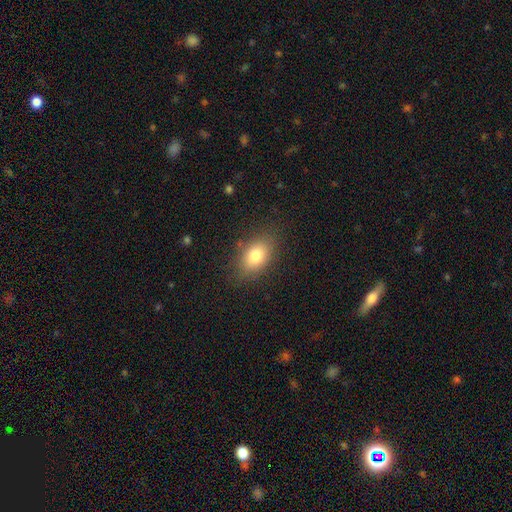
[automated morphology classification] Q: Smooth or featured?
A: smooth (80%); runner-up: featured or disk (11%)
Q: How rounded?
A: in between (85%); runner-up: round (13%)
Q: Merging?
A: none (82%); runner-up: minor disturbance (12%)